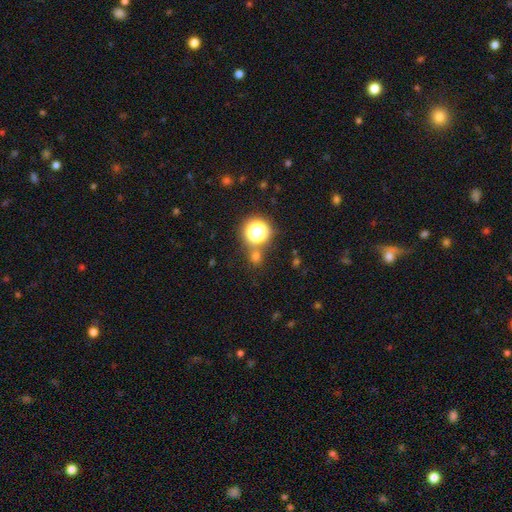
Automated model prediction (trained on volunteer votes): This is likely a smooth galaxy (60%). How rounded: clearly round (83%). Merging: likely none (73%).